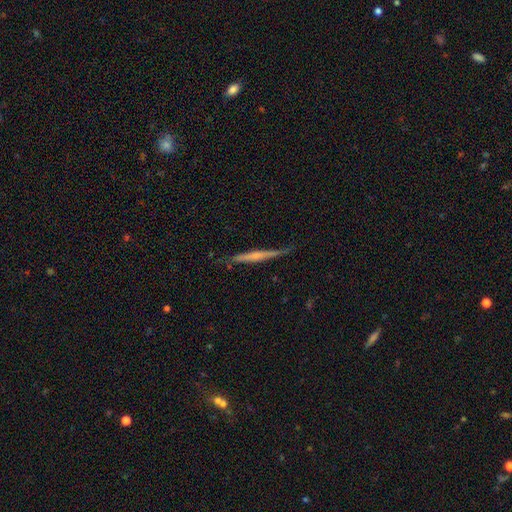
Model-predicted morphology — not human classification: This is possibly a featured or disk galaxy (59%). It is clearly viewed edge-on (96%). Edge-on bulge: possibly none (51%). Merging: likely none (76%).